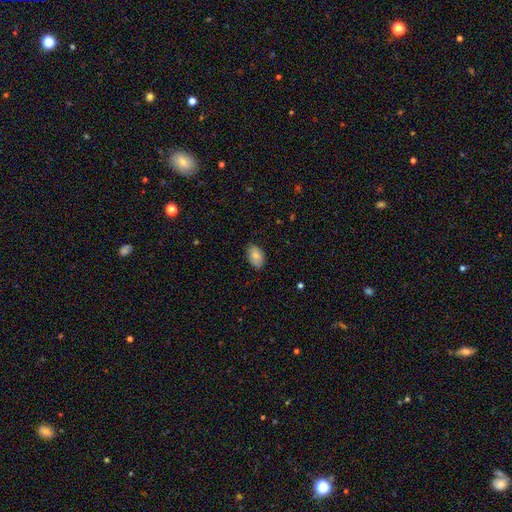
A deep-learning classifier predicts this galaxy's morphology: The model was most divided on "merging": none: 81%, minor disturbance: 16%, major disturbance: 2%, merger: 1%. More confident: how rounded — in between (92%); smooth or featured — smooth (84%).